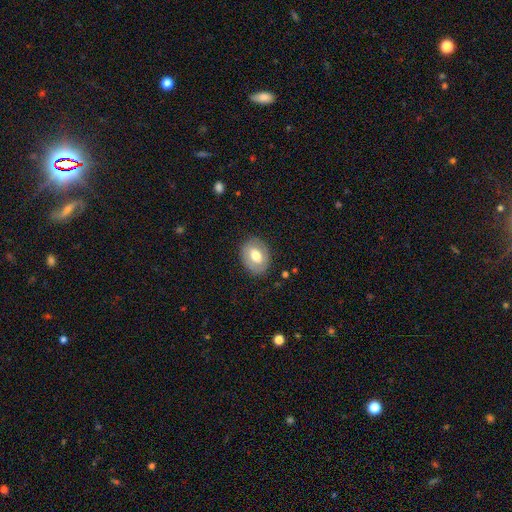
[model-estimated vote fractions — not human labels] Q: Smooth or featured?
A: smooth (60%); runner-up: featured or disk (33%)
Q: How rounded?
A: in between (67%); runner-up: round (32%)
Q: Merging?
A: none (85%); runner-up: minor disturbance (11%)